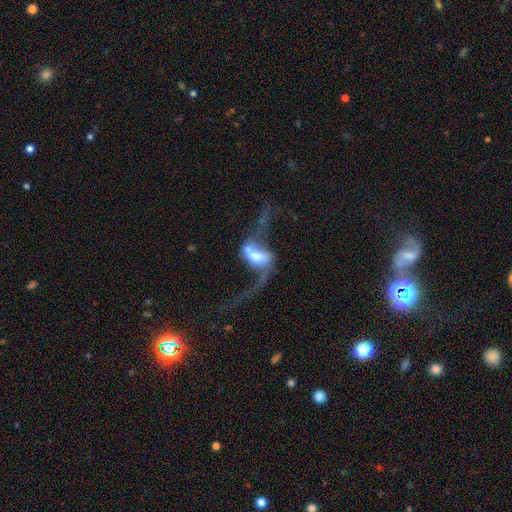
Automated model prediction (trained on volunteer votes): This is likely a featured or disk galaxy (75%). It is clearly not viewed edge-on (94%). Bar: marginally no (38%). Spiral arm pattern: clearly yes (83%). Spiral arm count: clearly 2 (82%). Spiral winding: clearly loose (92%). Central bulge: marginally moderate (30%). Merging: marginally merger (37%).